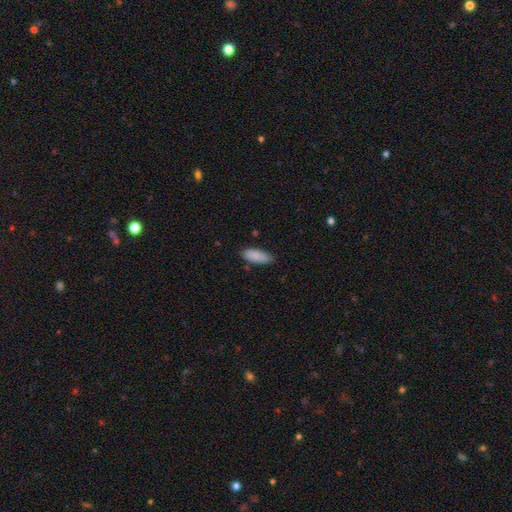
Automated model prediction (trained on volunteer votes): A smooth galaxy with no disk features (88%) that is in between round and cigar-shaped (78%).

Vote fractions:
- Smooth or featured? smooth: 88% / star or artifact: 6% / featured or disk: 5%
- How rounded? in between: 78% / cigar-shaped: 20% / round: 2%
- Merging? none: 82% / minor disturbance: 14% / major disturbance: 2% / merger: 2%